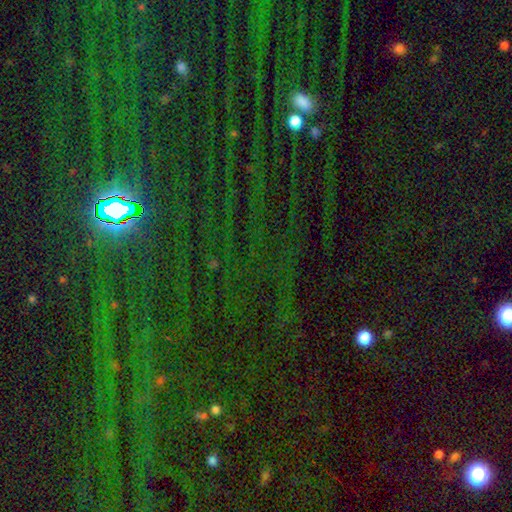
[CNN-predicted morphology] A star or artifact, not a galaxy (84%).